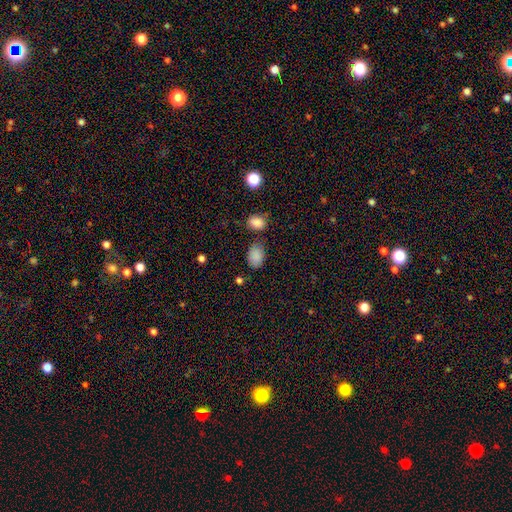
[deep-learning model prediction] Smooth or featured? smooth (86%)
How rounded? in between (82%)
Merging? none (72%)